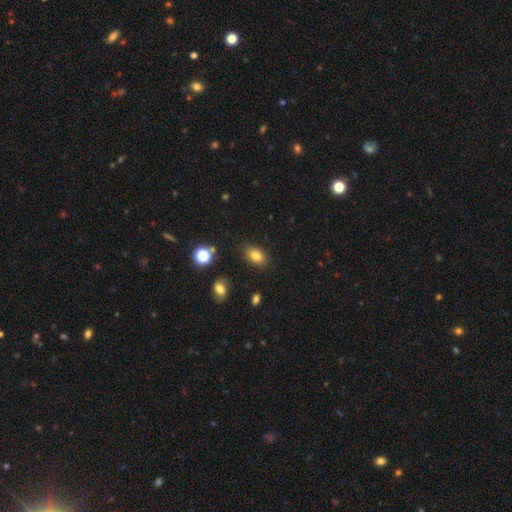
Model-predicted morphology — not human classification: smooth-or-featured: smooth: 81% | star or artifact: 11% | featured or disk: 8%
  how-rounded: in between: 85% | round: 13% | cigar-shaped: 2%
  merging: none: 86% | minor disturbance: 10% | major disturbance: 3% | merger: 2%